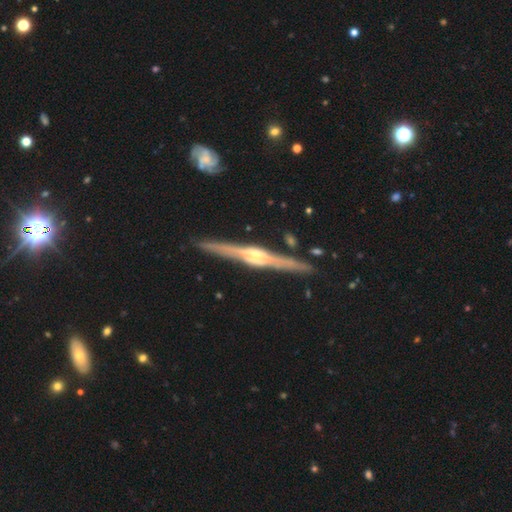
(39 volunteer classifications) This appears to be a featured or disk galaxy (92%) viewed edge-on (97%) with a rounded central bulge (86%). Merging: none (89%).